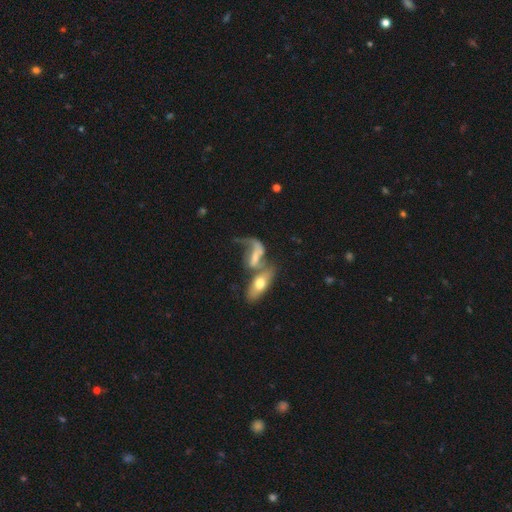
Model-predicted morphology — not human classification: Smooth or featured? featured or disk (54%)
Edge-on disk? no (87%)
Merging? merger (55%)